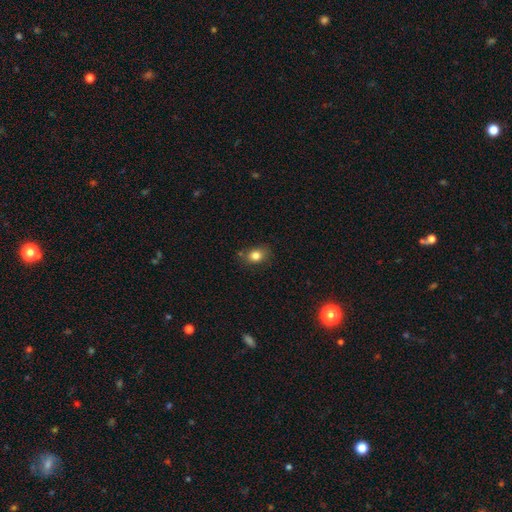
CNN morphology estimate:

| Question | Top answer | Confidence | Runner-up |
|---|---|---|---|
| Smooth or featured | smooth | 82% | star or artifact (11%) |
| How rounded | in between | 55% | round (44%) |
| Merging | none | 75% | minor disturbance (17%) |